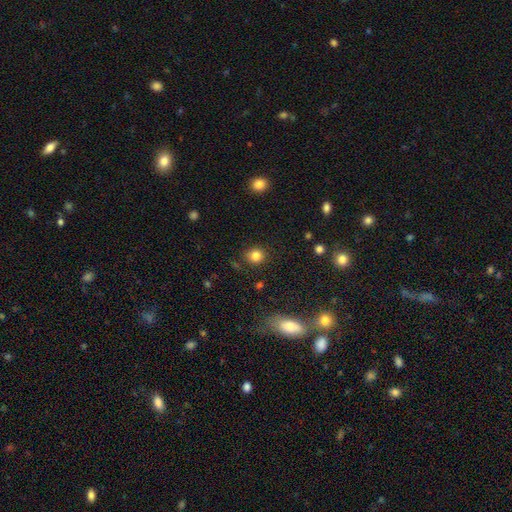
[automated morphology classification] type=smooth (83%); roundness=round (85%); merging=none (86%).